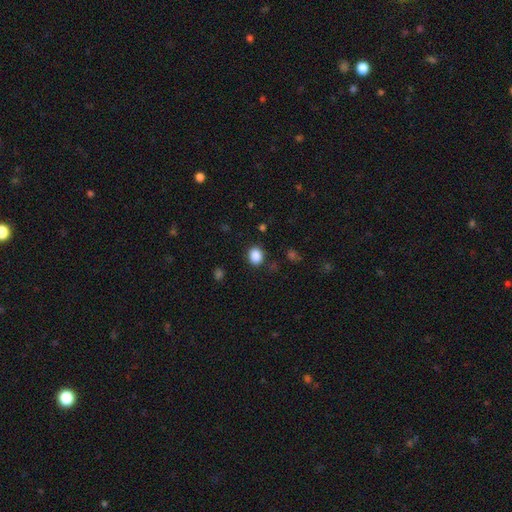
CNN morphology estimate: Smooth or featured? smooth (87%)
How rounded? round (62%)
Merging? none (86%)